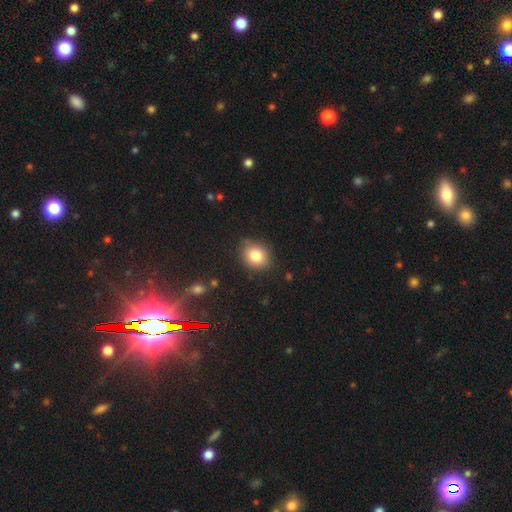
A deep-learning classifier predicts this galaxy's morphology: type=smooth (82%); roundness=round (61%); merging=none (84%).